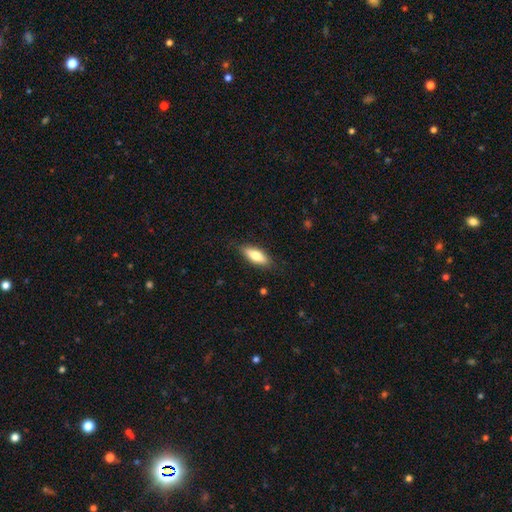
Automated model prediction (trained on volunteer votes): Q: Smooth or featured?
A: smooth (73%); runner-up: featured or disk (21%)
Q: How rounded?
A: in between (64%); runner-up: cigar-shaped (34%)
Q: Merging?
A: none (84%); runner-up: minor disturbance (12%)